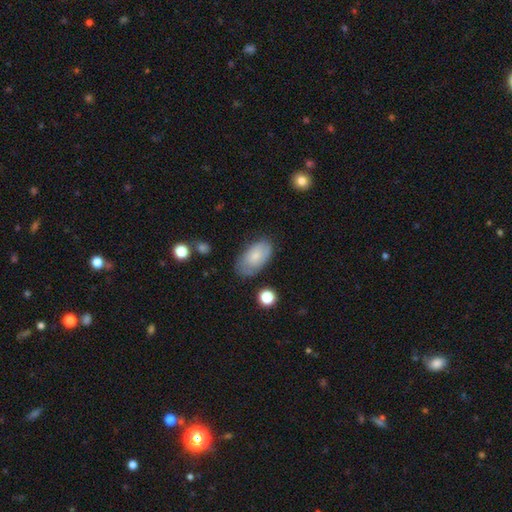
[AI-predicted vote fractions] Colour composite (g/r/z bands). It shows a smooth galaxy with no disk features (71%) that is in between round and cigar-shaped (94%). Merging: none (69%).